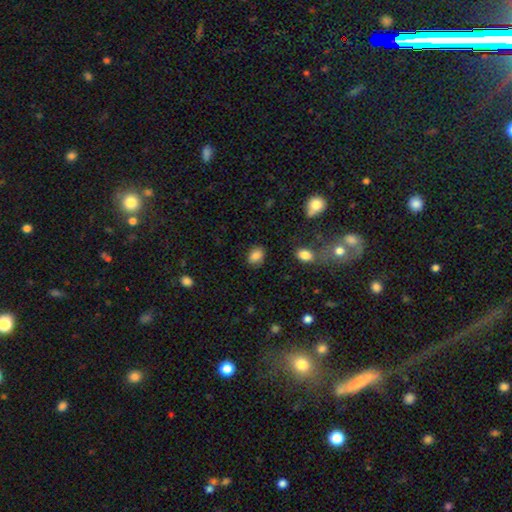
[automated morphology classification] This is clearly a smooth galaxy (85%). How rounded: likely in between (64%). Merging: clearly none (82%).